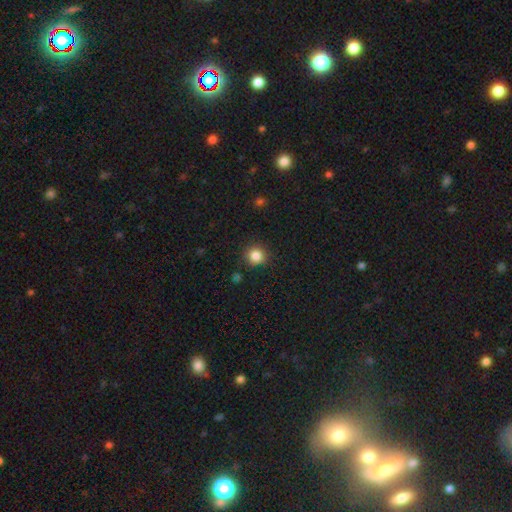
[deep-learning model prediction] smooth 84%, star or artifact 12%, featured or disk 4%. Down the decision tree: how rounded — round (92%); merging — none (88%).